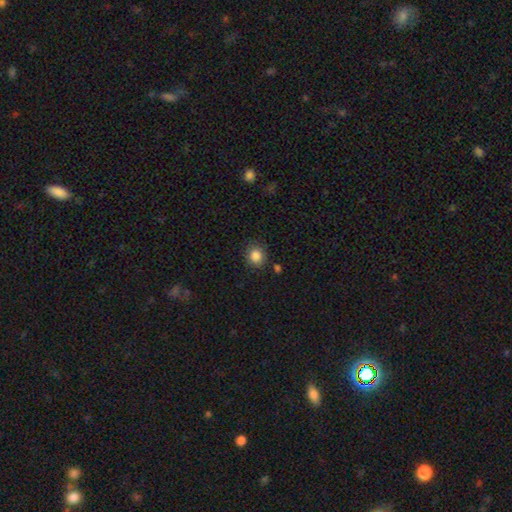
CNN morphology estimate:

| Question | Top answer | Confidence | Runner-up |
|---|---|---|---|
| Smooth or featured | smooth | 85% | star or artifact (10%) |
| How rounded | round | 78% | in between (21%) |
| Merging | none | 83% | minor disturbance (11%) |